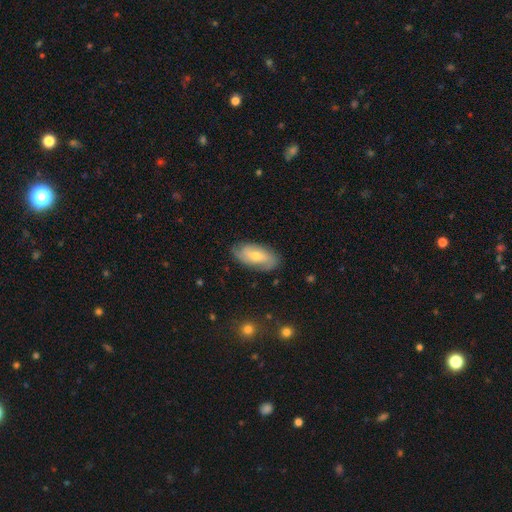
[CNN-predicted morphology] Q: Smooth or featured?
A: featured or disk (61%); runner-up: smooth (32%)
Q: Edge-on disk?
A: no (90%); runner-up: yes (10%)
Q: Bar?
A: no (50%); runner-up: weak (38%)
Q: Spiral arms?
A: yes (85%); runner-up: no (15%)
Q: Bulge size?
A: moderate (51%); runner-up: small (44%)
Q: Merging?
A: none (81%); runner-up: minor disturbance (14%)